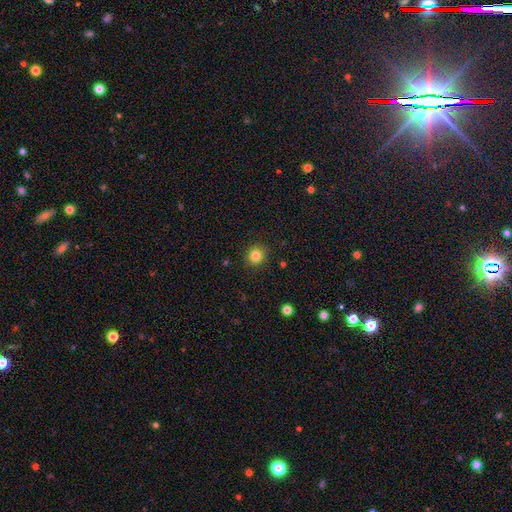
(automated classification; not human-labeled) Overall: smooth (83%). How rounded: round (90%). Merging: none (91%).